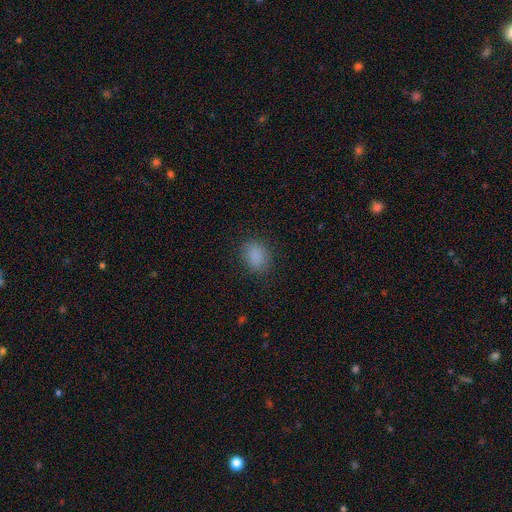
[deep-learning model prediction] Smooth or featured? Predicted: smooth (p=0.86). How rounded? Predicted: in between (p=0.64). Merging? Predicted: none (p=0.83).